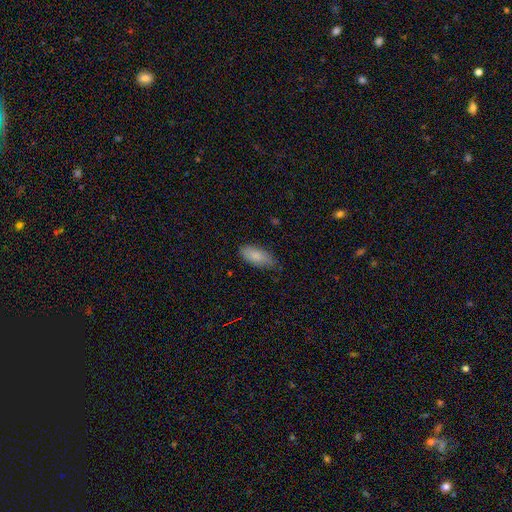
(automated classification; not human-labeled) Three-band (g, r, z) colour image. It shows a smooth galaxy with no disk features (85%) that is in between round and cigar-shaped (88%). Merging: none (70%).